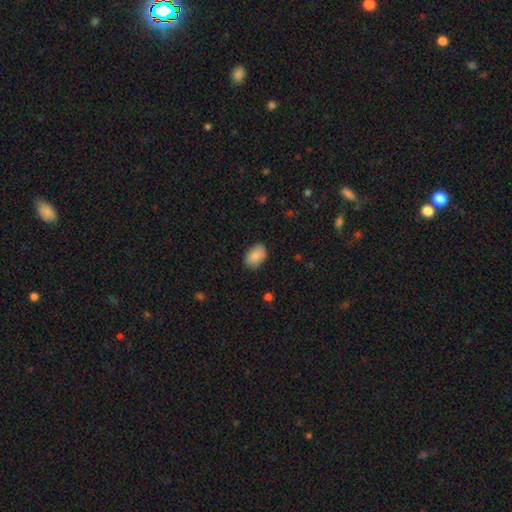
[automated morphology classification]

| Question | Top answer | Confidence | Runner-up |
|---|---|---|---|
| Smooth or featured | smooth | 88% | star or artifact (7%) |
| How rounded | in between | 90% | round (9%) |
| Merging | none | 83% | minor disturbance (13%) |